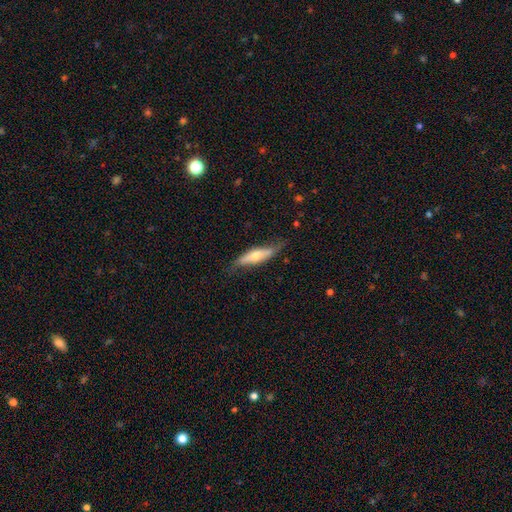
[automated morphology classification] Smooth or featured? smooth (48%)
Merging? none (68%)